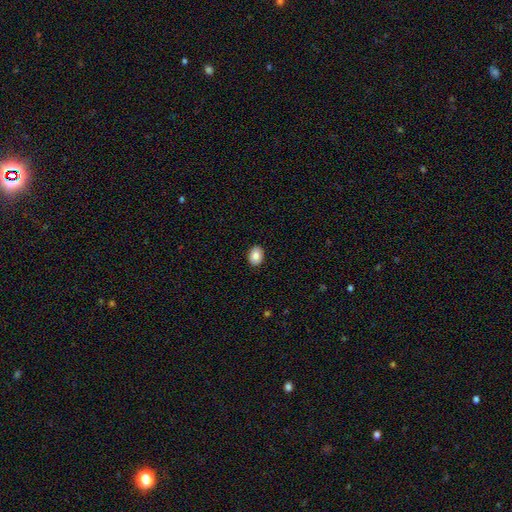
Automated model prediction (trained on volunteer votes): Morphology: type=smooth (85%); roundness=in between (67%); merging=none (90%).